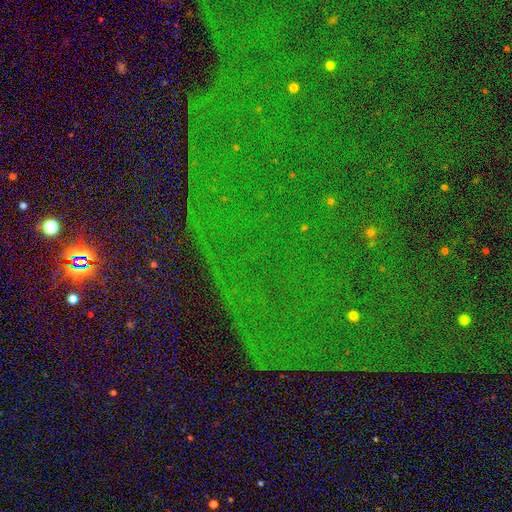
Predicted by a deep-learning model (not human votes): Q: Smooth or featured?
A: star or artifact (86%); runner-up: featured or disk (7%)